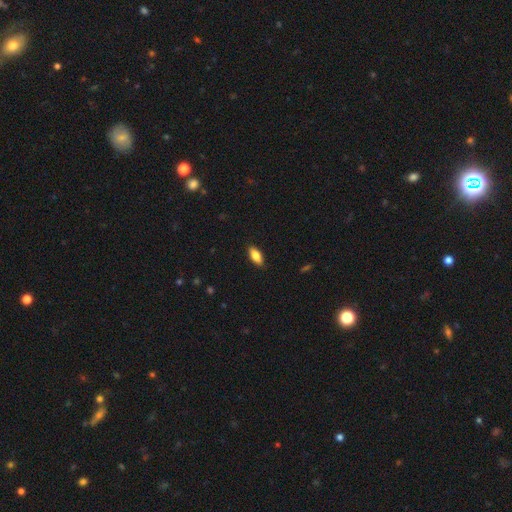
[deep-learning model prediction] smooth-or-featured: smooth: 80% | featured or disk: 14% | star or artifact: 7%
  how-rounded: in between: 83% | cigar-shaped: 15% | round: 2%
  merging: none: 88% | minor disturbance: 9% | major disturbance: 2% | merger: 1%